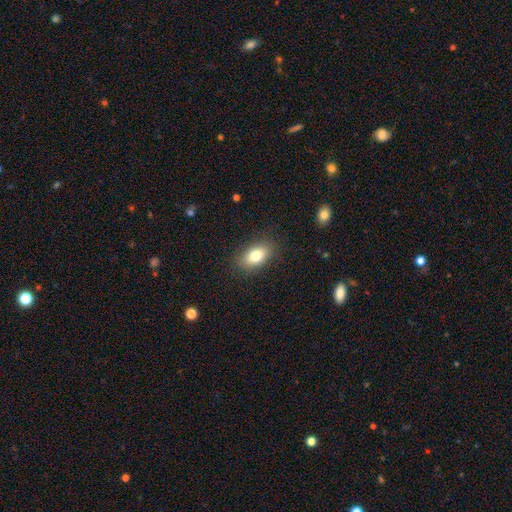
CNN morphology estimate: Smooth or featured: smooth — 79% (featured or disk — 12%)
How rounded: in between — 88% (round — 9%)
Merging: none — 86% (minor disturbance — 10%)